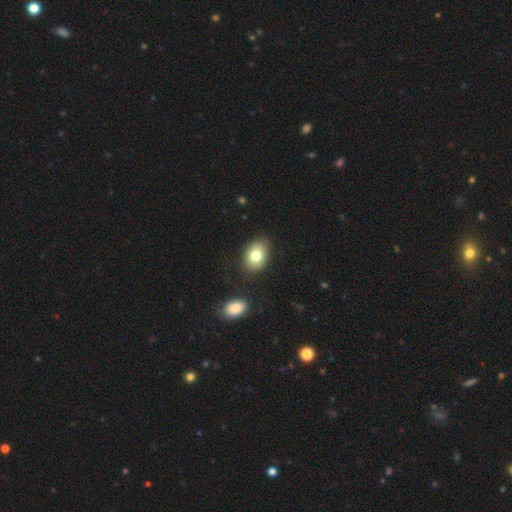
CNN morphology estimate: Smooth or featured?
  - smooth: 79% *
  - featured or disk: 13%
  - star or artifact: 8%
How rounded?
  - in between: 76% *
  - round: 23%
  - cigar-shaped: 1%
Merging?
  - none: 80% *
  - minor disturbance: 13%
  - merger: 4%
  - major disturbance: 3%